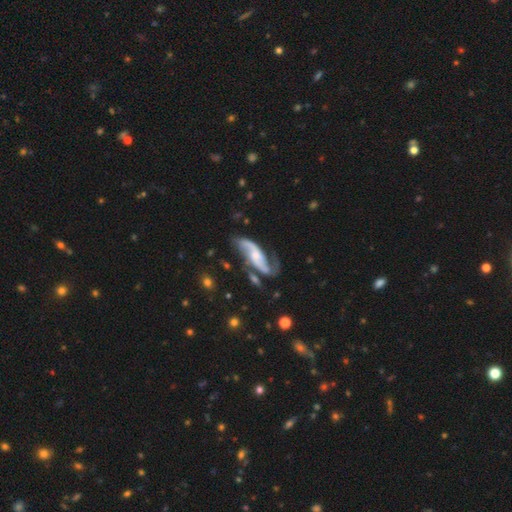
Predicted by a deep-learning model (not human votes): This appears to be a featured or disk galaxy (86%) with no bar (46%), 2 (90%) loose (53%) spiral arms (96%) and a small central bulge (47%). Merging: none (54%).